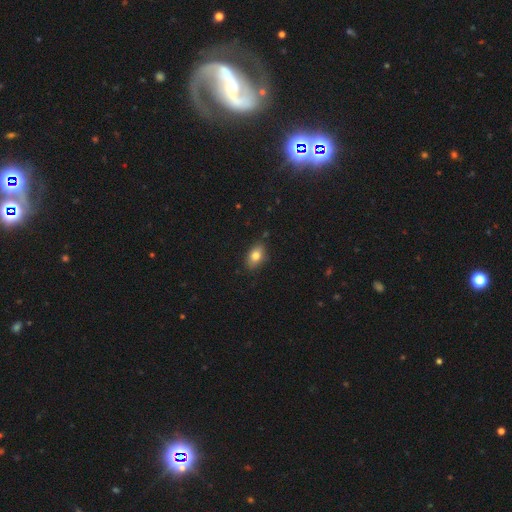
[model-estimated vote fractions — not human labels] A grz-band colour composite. It shows a smooth galaxy with no disk features (81%) that is in between round and cigar-shaped (85%). Merging: none (83%).